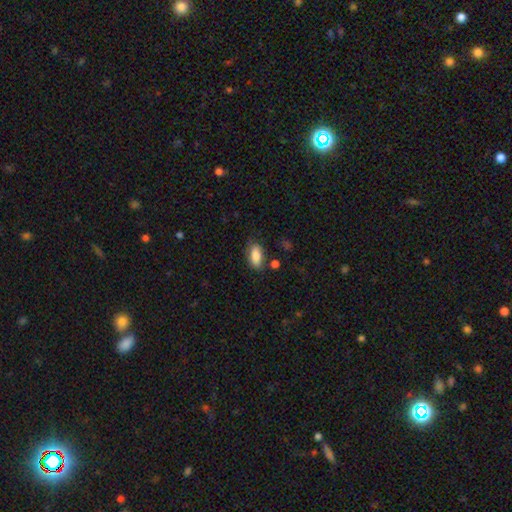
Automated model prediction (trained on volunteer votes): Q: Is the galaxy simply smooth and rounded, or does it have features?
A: smooth — 85%.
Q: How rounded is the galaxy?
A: in between — 90%.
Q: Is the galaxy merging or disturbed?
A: none — 70%.